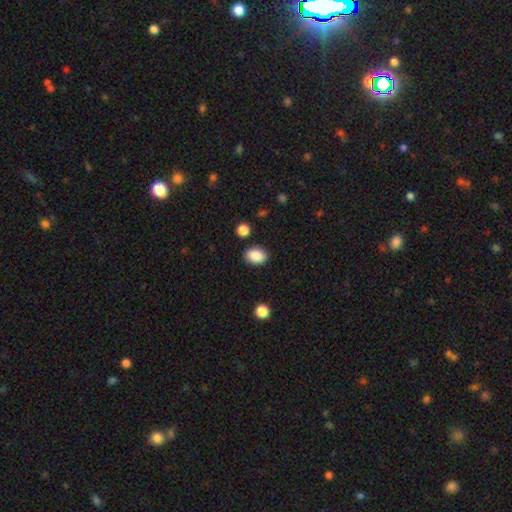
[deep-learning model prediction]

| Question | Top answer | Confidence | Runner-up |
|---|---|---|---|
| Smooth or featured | smooth | 88% | star or artifact (8%) |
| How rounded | in between | 76% | round (23%) |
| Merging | none | 86% | minor disturbance (10%) |